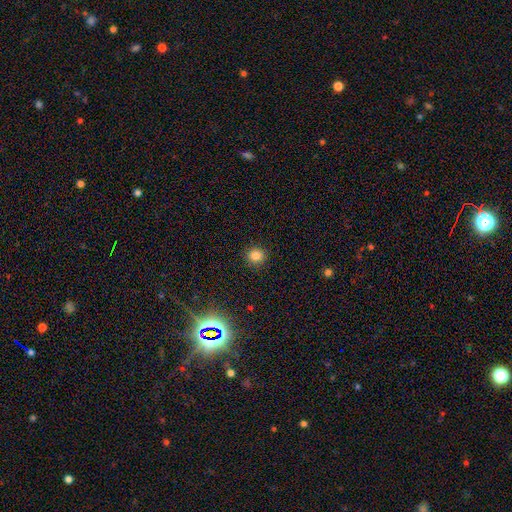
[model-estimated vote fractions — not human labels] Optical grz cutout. It shows a smooth galaxy with no disk features (81%) that is round (86%). Merging: none (91%).